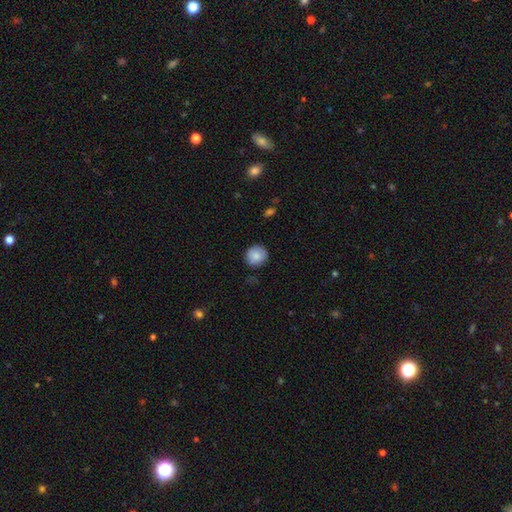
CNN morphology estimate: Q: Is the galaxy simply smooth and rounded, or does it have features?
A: smooth — 85%.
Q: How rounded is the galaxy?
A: round — 89%.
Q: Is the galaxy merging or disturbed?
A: none — 84%.